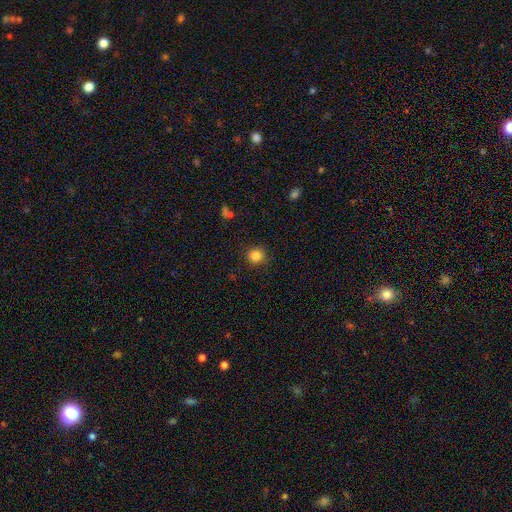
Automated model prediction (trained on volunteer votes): smooth_or_featured: smooth (p=0.84) [alt: star or artifact p=0.12]
how_rounded: round (p=0.92) [alt: in between p=0.07]
merging: none (p=0.88) [alt: minor disturbance p=0.08]